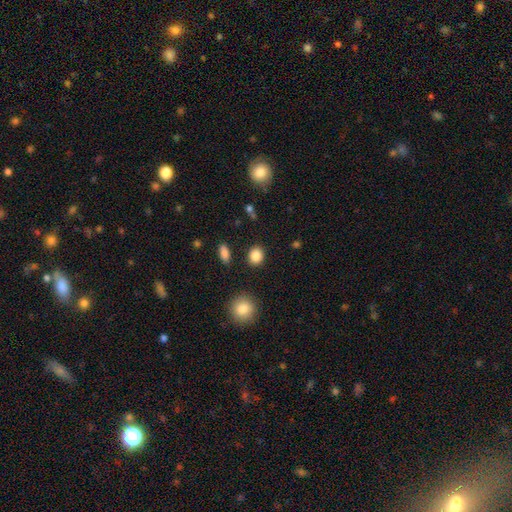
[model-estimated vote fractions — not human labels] smooth-or-featured: smooth: 85% | star or artifact: 10% | featured or disk: 5%
  how-rounded: round: 63% | in between: 36% | cigar-shaped: 1%
  merging: none: 88% | minor disturbance: 7% | major disturbance: 2% | merger: 2%